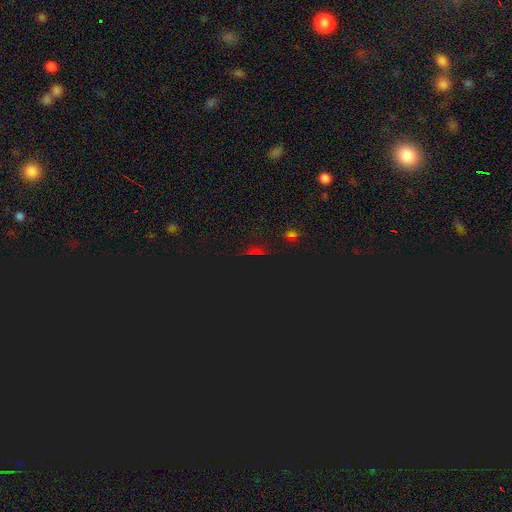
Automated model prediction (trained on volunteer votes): Smooth or featured: star or artifact — 77% (smooth — 15%)